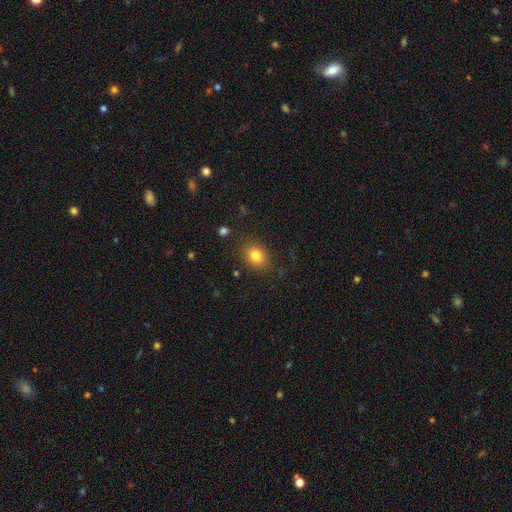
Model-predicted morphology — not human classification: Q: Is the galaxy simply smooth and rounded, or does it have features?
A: smooth — 81%.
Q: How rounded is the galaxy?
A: round — 50%.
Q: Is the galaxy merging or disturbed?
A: none — 83%.